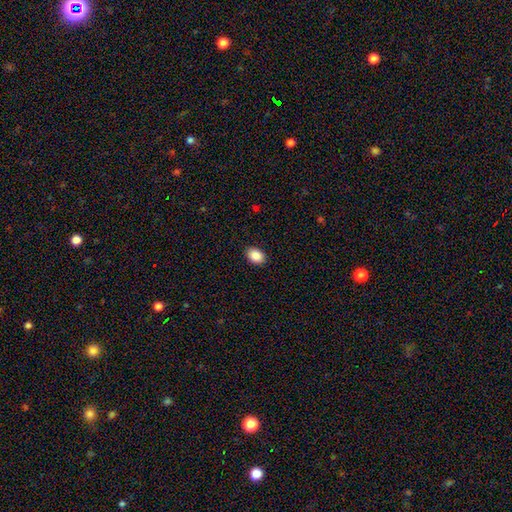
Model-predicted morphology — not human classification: Q: Smooth or featured?
A: smooth (89%); runner-up: star or artifact (8%)
Q: How rounded?
A: in between (73%); runner-up: round (26%)
Q: Merging?
A: none (90%); runner-up: minor disturbance (7%)